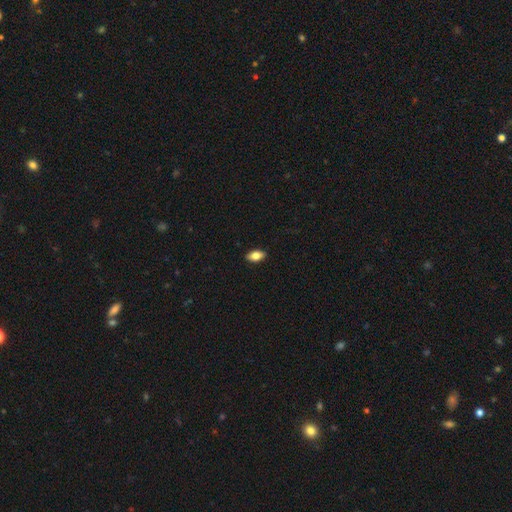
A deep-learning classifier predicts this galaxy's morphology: Smooth or featured: smooth — 80% (featured or disk — 13%)
How rounded: in between — 90% (cigar-shaped — 5%)
Merging: none — 90% (minor disturbance — 8%)